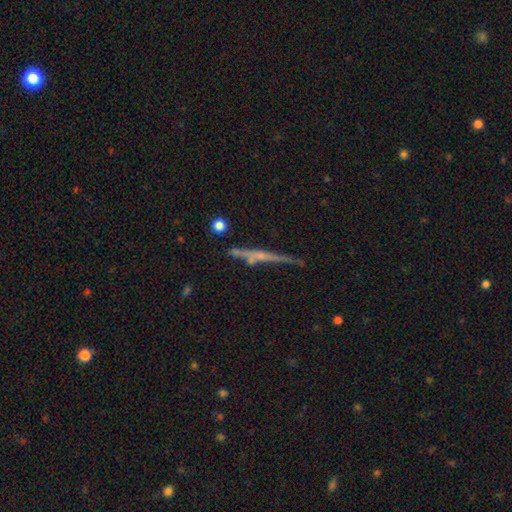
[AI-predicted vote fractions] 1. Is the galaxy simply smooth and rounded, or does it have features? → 59% featured or disk, 32% smooth, 9% star or artifact.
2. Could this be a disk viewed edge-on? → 95% yes, 5% no.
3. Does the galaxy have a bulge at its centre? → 59% none, 32% rounded, 9% boxy.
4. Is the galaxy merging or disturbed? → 72% none, 16% minor disturbance, 7% merger, 5% major disturbance.